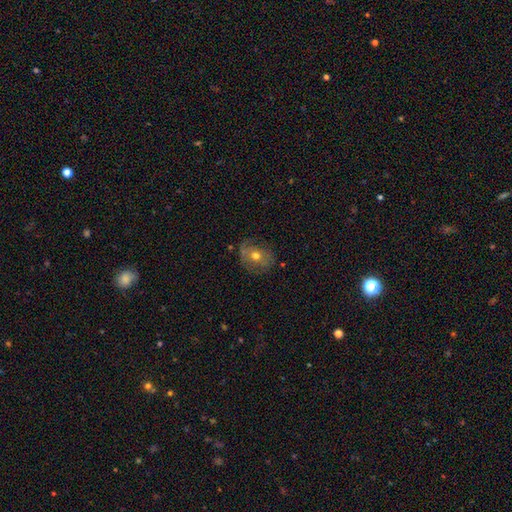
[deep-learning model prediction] Overall: smooth (52%; featured or disk 38%). How rounded: round (57%; in between 42%). Merging: none (67%).